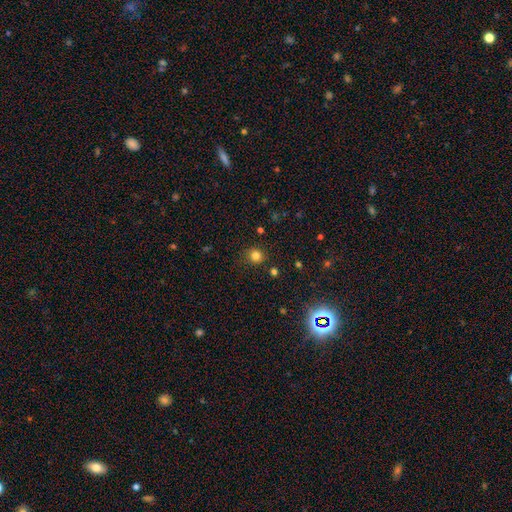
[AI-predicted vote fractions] A smooth galaxy with no disk features (80%) that is round (87%).

Vote fractions:
- Smooth or featured? smooth: 80% / star or artifact: 15% / featured or disk: 5%
- How rounded? round: 87% / in between: 12% / cigar-shaped: 1%
- Merging? none: 82% / minor disturbance: 12% / major disturbance: 4% / merger: 2%